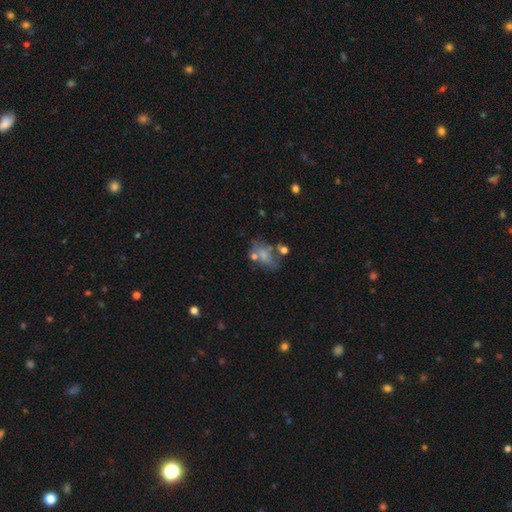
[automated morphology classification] smooth-or-featured: smooth: 49% | featured or disk: 33% | star or artifact: 18%
  merging: none: 41% | minor disturbance: 21% | merger: 20% | major disturbance: 18%